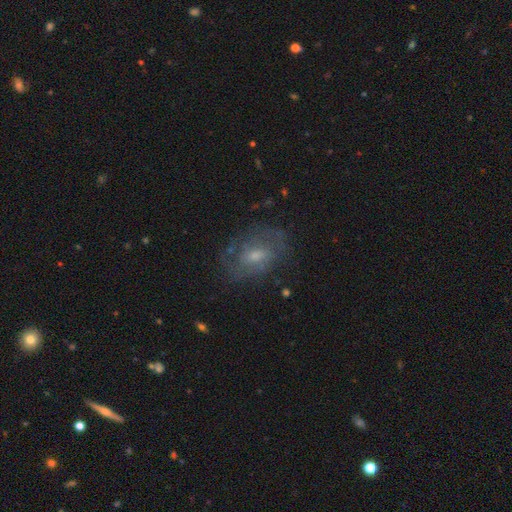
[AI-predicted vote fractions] Overall: featured or disk (63%; smooth 27%). Edge-on disk: no (95%). Bar: weak (47%; no 43%). Spiral arms: yes (72%). Bulge size: moderate (48%; small 39%). Merging: none (66%).